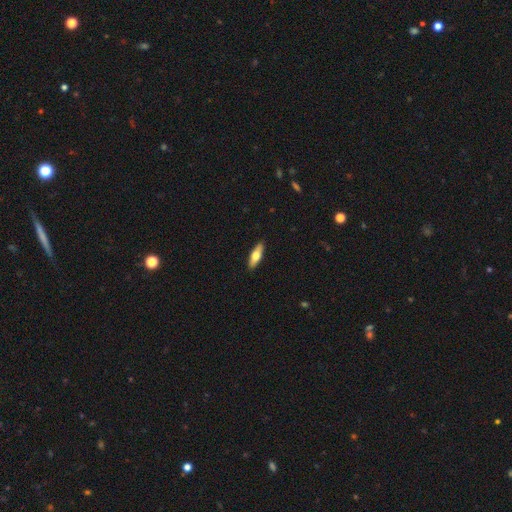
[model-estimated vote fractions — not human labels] The model was most divided on "how rounded": cigar-shaped: 53%, in between: 45%, round: 2%. More confident: merging — none (91%); smooth or featured — smooth (58%).